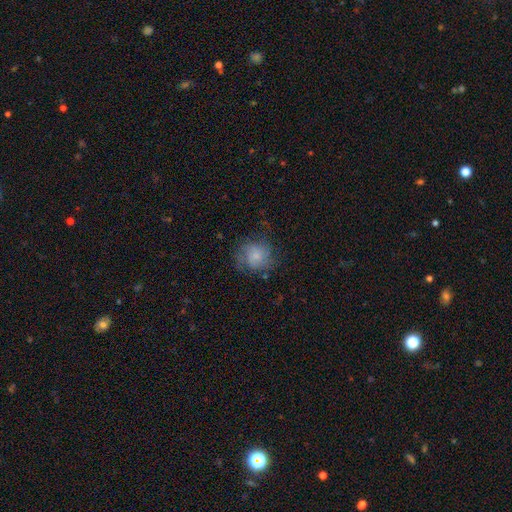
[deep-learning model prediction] Smooth or featured? Predicted: smooth (p=0.54). How rounded? Predicted: round (p=0.84). Merging? Predicted: none (p=0.60).